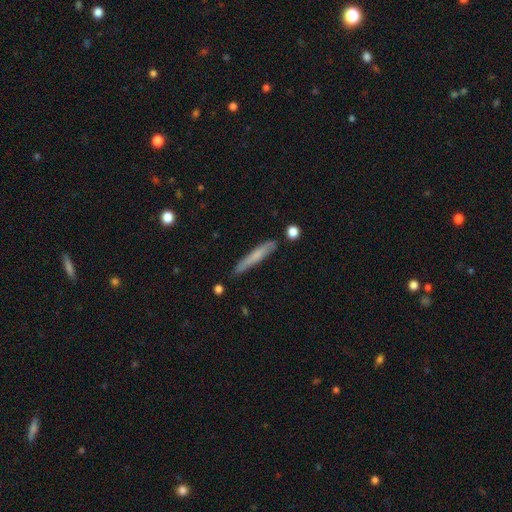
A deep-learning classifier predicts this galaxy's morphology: Smooth or featured? smooth (63%)
How rounded? cigar-shaped (94%)
Merging? none (78%)